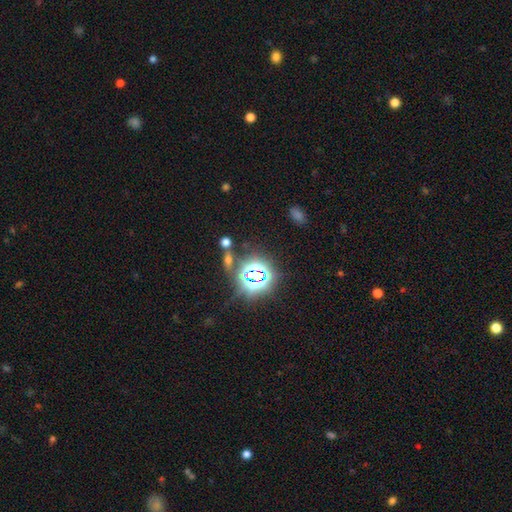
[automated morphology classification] This appears to be a star or artifact, not a galaxy (77%).